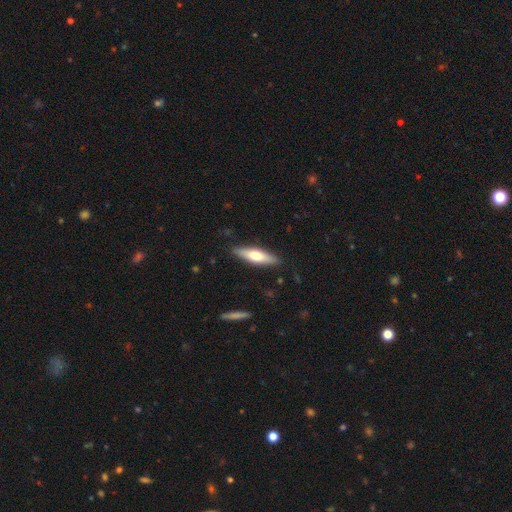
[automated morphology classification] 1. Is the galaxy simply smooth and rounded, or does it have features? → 58% smooth, 36% featured or disk, 5% star or artifact.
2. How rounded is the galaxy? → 65% cigar-shaped, 34% in between, 2% round.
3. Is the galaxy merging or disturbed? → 87% none, 10% minor disturbance, 2% major disturbance, 1% merger.